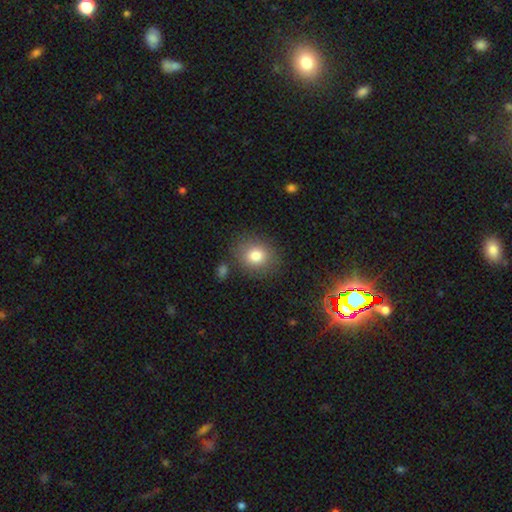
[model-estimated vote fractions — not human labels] This is clearly a smooth galaxy (80%). How rounded: likely round (67%). Merging: clearly none (80%).